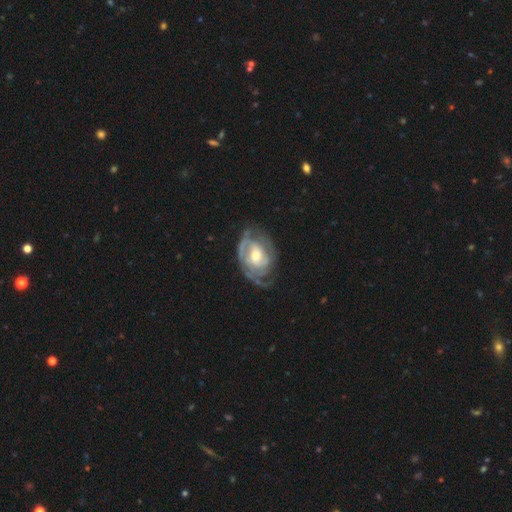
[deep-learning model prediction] Q: Smooth or featured?
A: featured or disk (83%); runner-up: smooth (12%)
Q: Edge-on disk?
A: no (97%); runner-up: yes (3%)
Q: Bar?
A: no (58%); runner-up: weak (34%)
Q: Spiral arms?
A: yes (90%); runner-up: no (10%)
Q: Spiral winding?
A: tight (58%); runner-up: medium (32%)
Q: Spiral arm count?
A: 2 (38%); runner-up: can't tell (32%)
Q: Bulge size?
A: moderate (63%); runner-up: small (22%)
Q: Merging?
A: none (58%); runner-up: minor disturbance (24%)